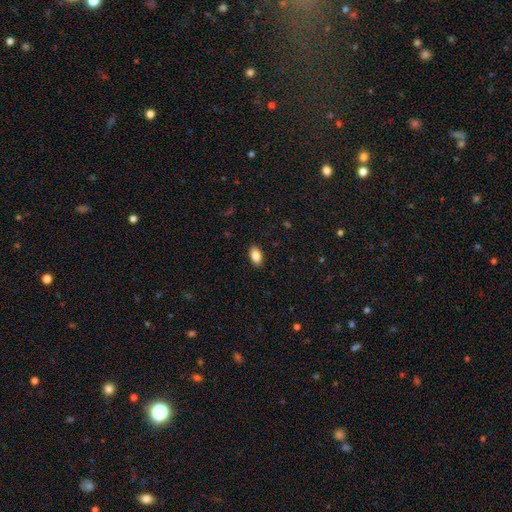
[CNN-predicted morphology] Smooth or featured? smooth (86%)
How rounded? in between (93%)
Merging? none (89%)